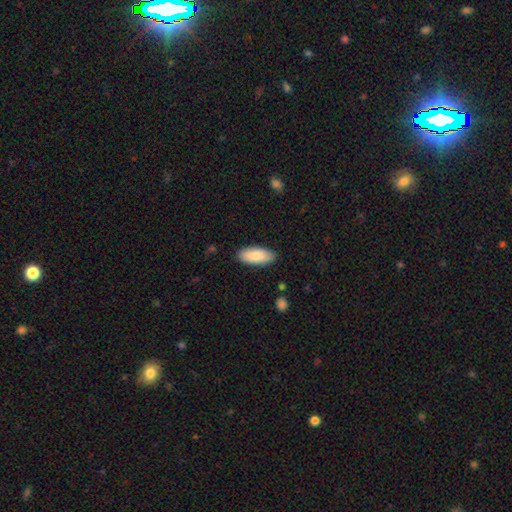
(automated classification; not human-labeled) Morphology: type=smooth (86%); roundness=in between (83%); merging=none (87%).